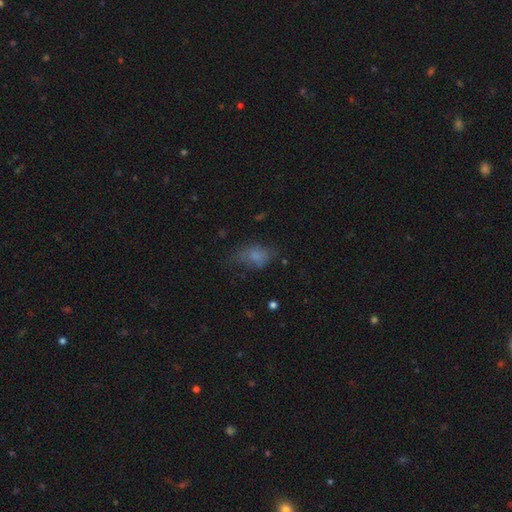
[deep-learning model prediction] The model was most divided on "merging": none: 46%, minor disturbance: 29%, major disturbance: 22%, merger: 2%. More confident: how rounded — in between (84%); smooth or featured — smooth (71%).